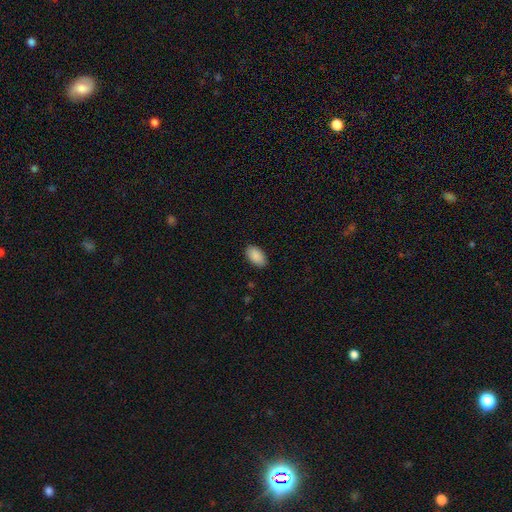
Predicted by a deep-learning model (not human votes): A smooth galaxy with no disk features (90%) that is in between round and cigar-shaped (94%).

Vote fractions:
- Smooth or featured? smooth: 90% / star or artifact: 7% / featured or disk: 4%
- How rounded? in between: 94% / round: 4% / cigar-shaped: 2%
- Merging? none: 88% / minor disturbance: 9% / major disturbance: 2% / merger: 1%